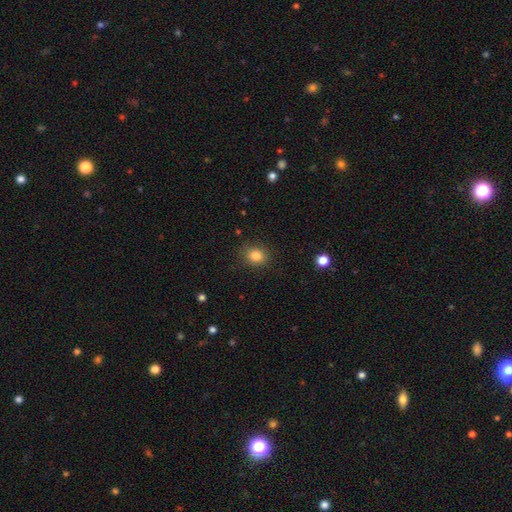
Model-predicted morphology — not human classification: A smooth galaxy with no disk features (84%) that is round (65%).

Vote fractions:
- Smooth or featured? smooth: 84% / star or artifact: 11% / featured or disk: 5%
- How rounded? round: 65% / in between: 34% / cigar-shaped: 1%
- Merging? none: 86% / minor disturbance: 10% / major disturbance: 3% / merger: 1%